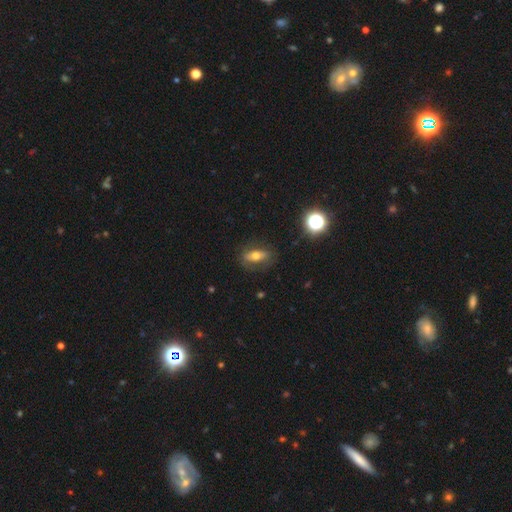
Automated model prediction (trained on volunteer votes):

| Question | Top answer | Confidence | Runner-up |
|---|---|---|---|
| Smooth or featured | smooth | 50% | featured or disk (39%) |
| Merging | none | 77% | minor disturbance (15%) |